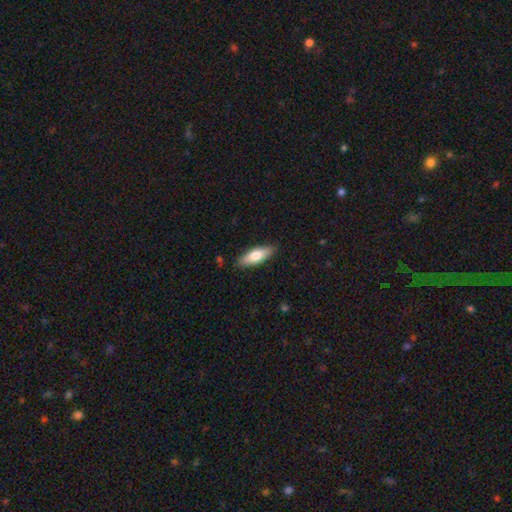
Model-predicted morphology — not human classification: A smooth galaxy with no disk features (74%) that is in between round and cigar-shaped (64%). Merging: none (86%).